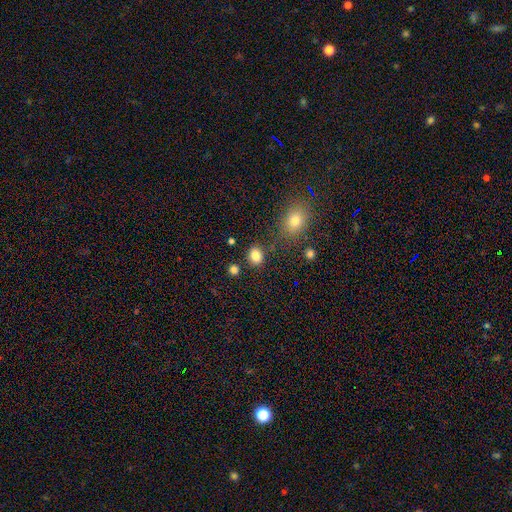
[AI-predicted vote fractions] smooth-or-featured: smooth: 84% | star or artifact: 12% | featured or disk: 5%
  how-rounded: round: 56% | in between: 43% | cigar-shaped: 1%
  merging: none: 80% | minor disturbance: 11% | merger: 6% | major disturbance: 4%